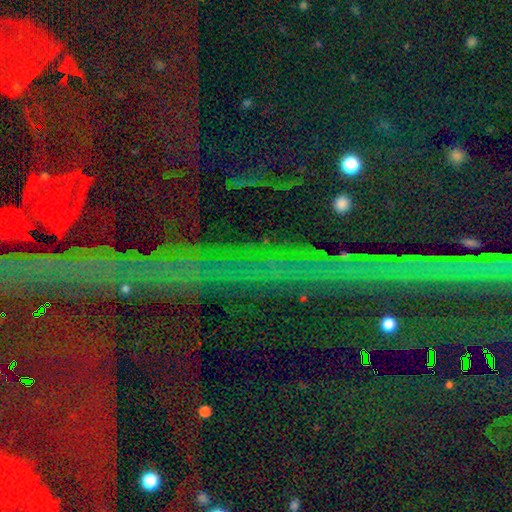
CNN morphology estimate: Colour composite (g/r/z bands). It shows a star or artifact, not a galaxy (87%).